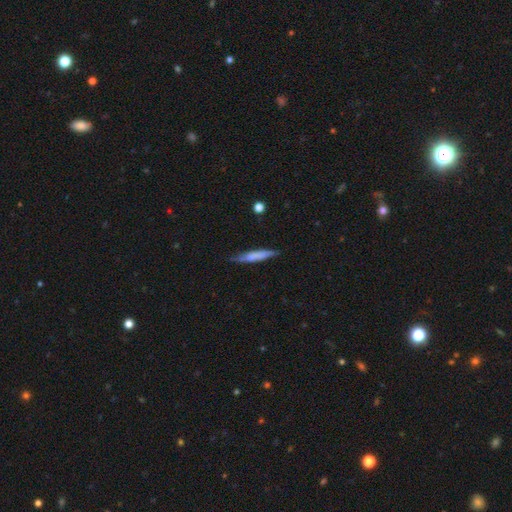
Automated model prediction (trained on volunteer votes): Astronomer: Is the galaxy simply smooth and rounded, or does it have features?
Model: smooth — 62%.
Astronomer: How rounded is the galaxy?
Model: cigar-shaped — 91%.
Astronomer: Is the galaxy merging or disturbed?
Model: none — 78%.